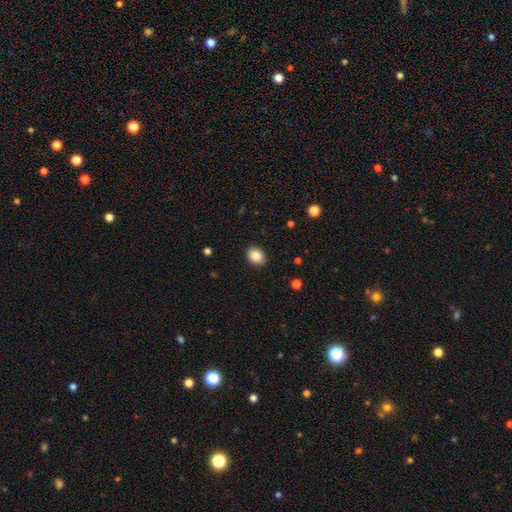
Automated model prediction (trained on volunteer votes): This appears to be a smooth galaxy with no disk features (86%) that is in between round and cigar-shaped (57%). Merging: none (90%).